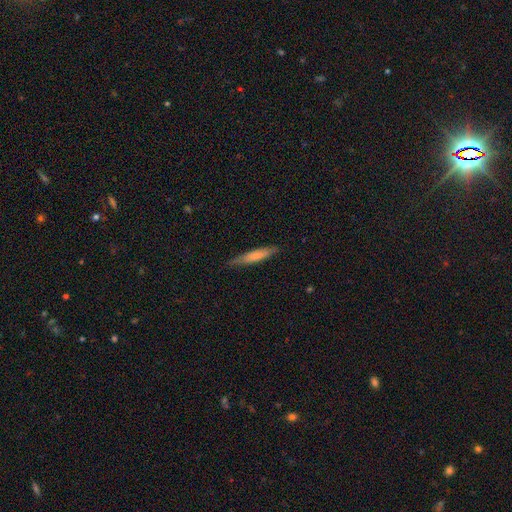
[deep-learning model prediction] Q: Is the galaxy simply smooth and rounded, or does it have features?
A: smooth — 68%.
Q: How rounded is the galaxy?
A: cigar-shaped — 89%.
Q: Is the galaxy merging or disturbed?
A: none — 82%.